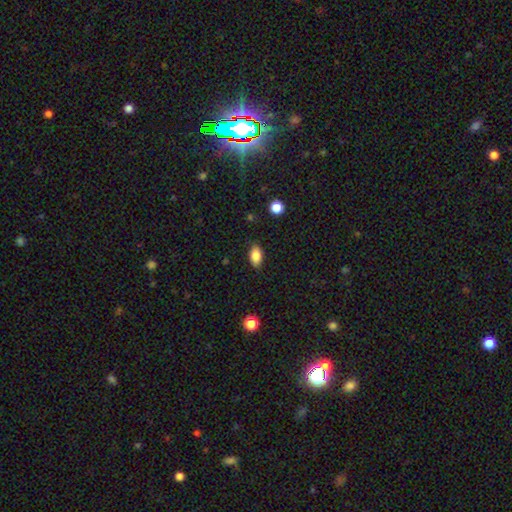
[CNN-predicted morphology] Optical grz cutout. It shows a smooth galaxy with no disk features (85%) that is in between round and cigar-shaped (90%). Merging: none (83%).